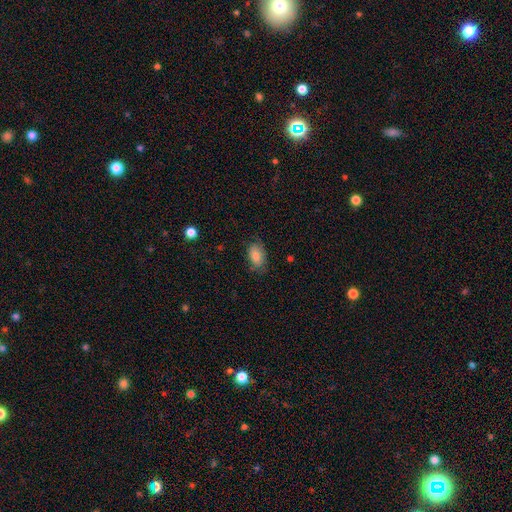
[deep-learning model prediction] A smooth galaxy with no disk features (80%) that is in between round and cigar-shaped (90%). Merging: none (73%).